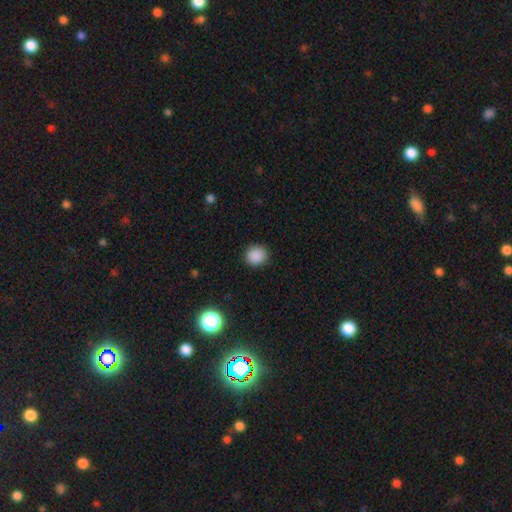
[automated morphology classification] The model was most divided on "how rounded": round: 87%, in between: 12%, cigar-shaped: 1%. More confident: merging — none (90%); smooth or featured — smooth (87%).